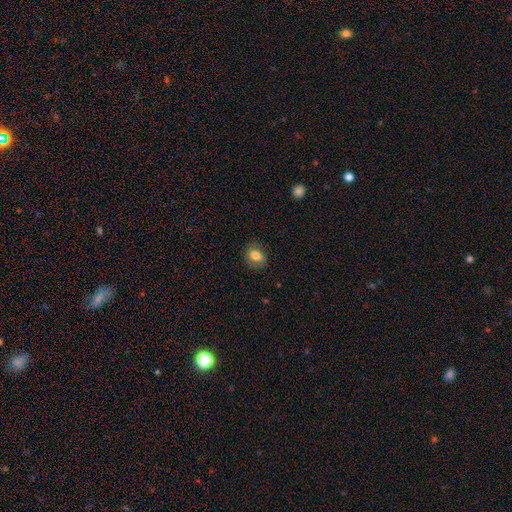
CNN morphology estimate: smooth-or-featured: smooth: 78% | featured or disk: 13% | star or artifact: 8%
  how-rounded: in between: 61% | round: 38% | cigar-shaped: 1%
  merging: none: 80% | minor disturbance: 14% | major disturbance: 5% | merger: 1%